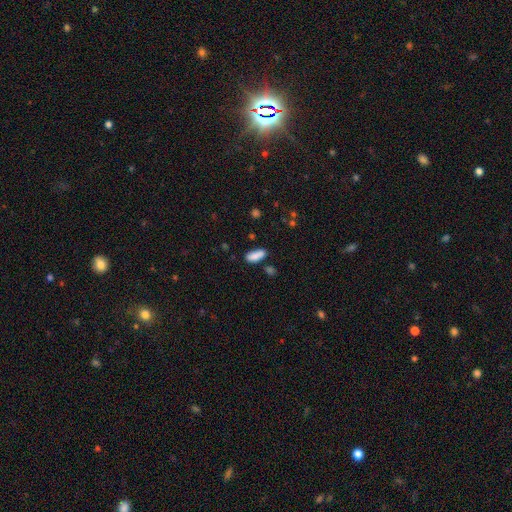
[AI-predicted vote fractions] Smooth or featured? smooth (84%)
How rounded? in between (77%)
Merging? none (60%)